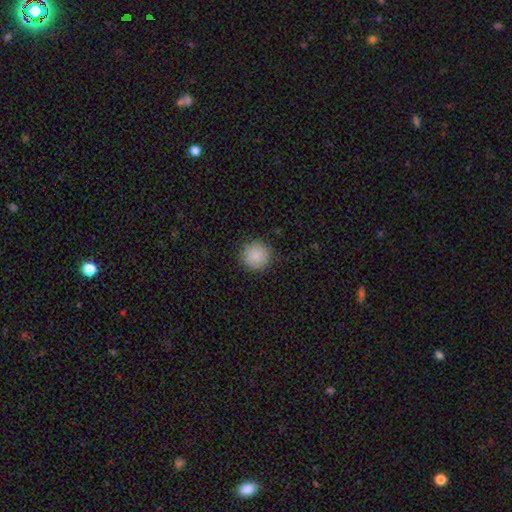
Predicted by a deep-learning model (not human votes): Smooth or featured? smooth (87%)
How rounded? round (95%)
Merging? none (89%)